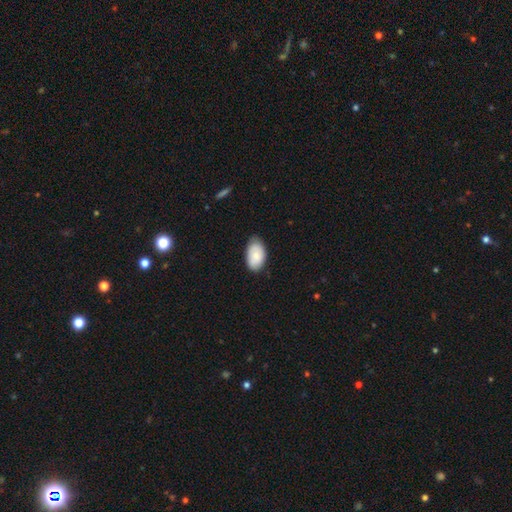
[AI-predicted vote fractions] smooth-or-featured: smooth: 82% | featured or disk: 12% | star or artifact: 6%
  how-rounded: in between: 94% | round: 5% | cigar-shaped: 1%
  merging: none: 73% | minor disturbance: 23% | major disturbance: 3% | merger: 1%